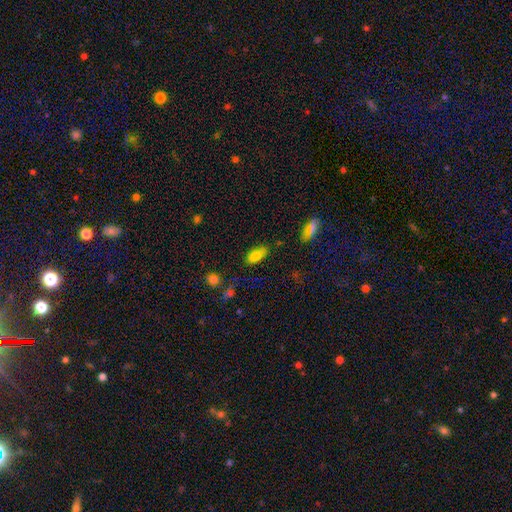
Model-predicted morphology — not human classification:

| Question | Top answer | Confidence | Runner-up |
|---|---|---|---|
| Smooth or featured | smooth | 83% | star or artifact (11%) |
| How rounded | in between | 90% | cigar-shaped (7%) |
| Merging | none | 73% | minor disturbance (19%) |